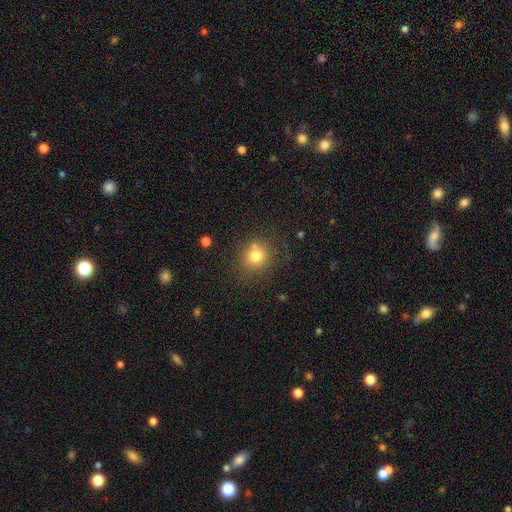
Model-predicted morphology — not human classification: smooth 77%, star or artifact 14%, featured or disk 10%. Down the decision tree: how rounded — round (81%); merging — none (73%).